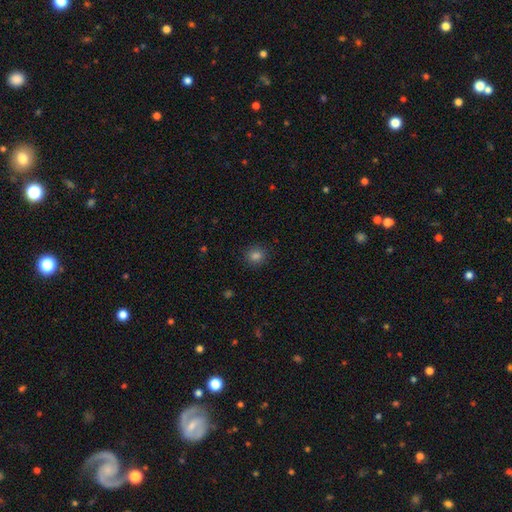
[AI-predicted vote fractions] Morphology: type=smooth (83%); roundness=round (79%); merging=none (89%).